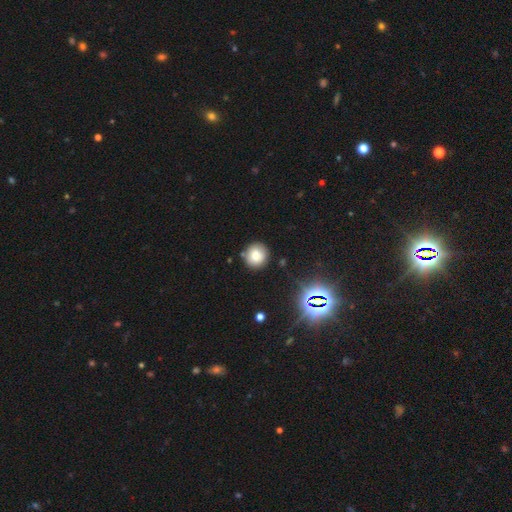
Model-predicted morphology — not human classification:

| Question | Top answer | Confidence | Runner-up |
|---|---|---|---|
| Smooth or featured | smooth | 75% | star or artifact (13%) |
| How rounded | round | 90% | in between (9%) |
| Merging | none | 84% | minor disturbance (10%) |